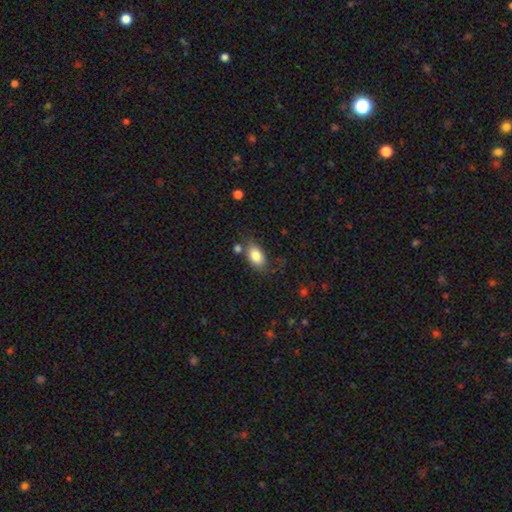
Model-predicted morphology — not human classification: Smooth or featured?
  - smooth: 82% *
  - featured or disk: 10%
  - star or artifact: 8%
How rounded?
  - in between: 88% *
  - round: 10%
  - cigar-shaped: 2%
Merging?
  - none: 69% *
  - minor disturbance: 17%
  - merger: 8%
  - major disturbance: 5%